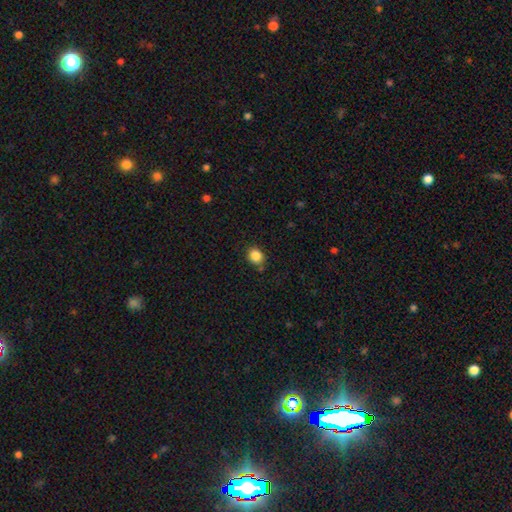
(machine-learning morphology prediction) The model was most divided on "how rounded": round: 61%, in between: 38%, cigar-shaped: 1%. More confident: smooth or featured — smooth (86%); merging — none (80%).